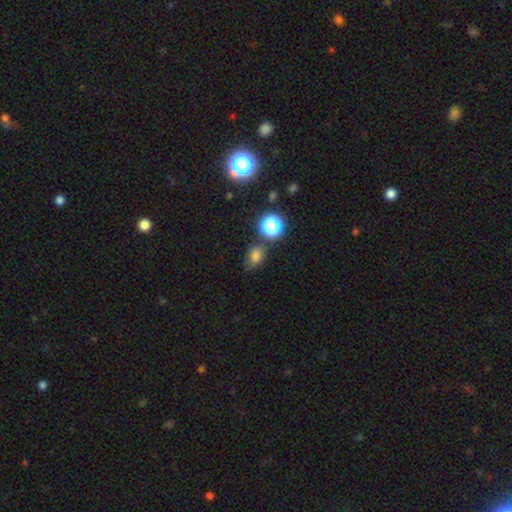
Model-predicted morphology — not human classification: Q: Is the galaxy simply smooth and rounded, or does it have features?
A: smooth — 72%.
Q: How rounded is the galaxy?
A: in between — 65%.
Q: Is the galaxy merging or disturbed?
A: none — 72%.